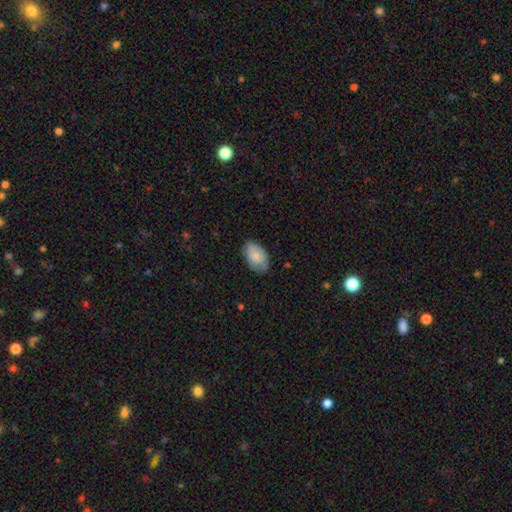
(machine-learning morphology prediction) smooth-or-featured: smooth: 79% | featured or disk: 15% | star or artifact: 6%
  how-rounded: in between: 92% | round: 7% | cigar-shaped: 1%
  merging: none: 72% | minor disturbance: 23% | major disturbance: 4% | merger: 1%